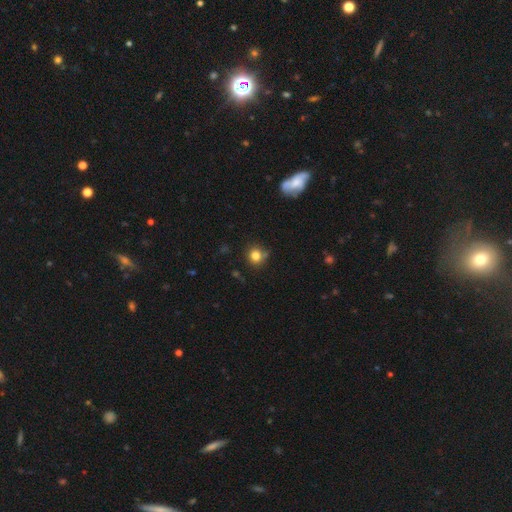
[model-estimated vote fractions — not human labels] smooth-or-featured: smooth: 81% | star or artifact: 12% | featured or disk: 7%
  how-rounded: round: 90% | in between: 9% | cigar-shaped: 1%
  merging: none: 76% | minor disturbance: 15% | merger: 5% | major disturbance: 4%